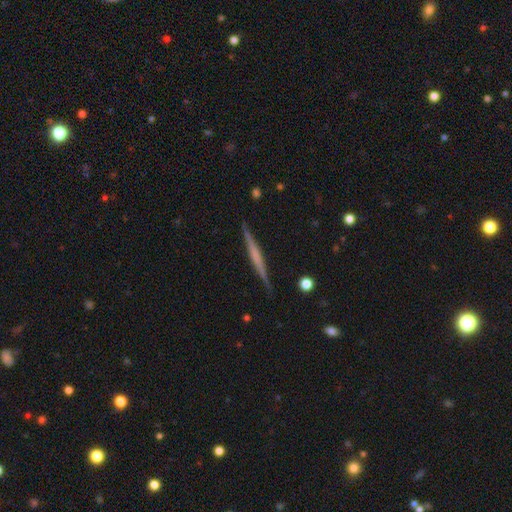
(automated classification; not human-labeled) smooth_or_featured: featured or disk (p=0.61) [alt: smooth p=0.33]
disk_edge_on: yes (p=0.98) [alt: no p=0.02]
edge_on_bulge: none (p=0.71) [alt: rounded p=0.17]
merging: none (p=0.90) [alt: minor disturbance p=0.07]